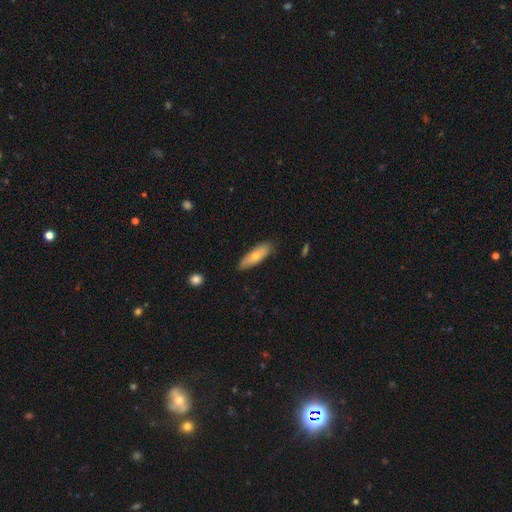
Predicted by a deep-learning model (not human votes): Q: Smooth or featured?
A: smooth (71%); runner-up: featured or disk (24%)
Q: How rounded?
A: in between (49%); tied with: cigar-shaped (49%)
Q: Merging?
A: none (85%); runner-up: minor disturbance (12%)